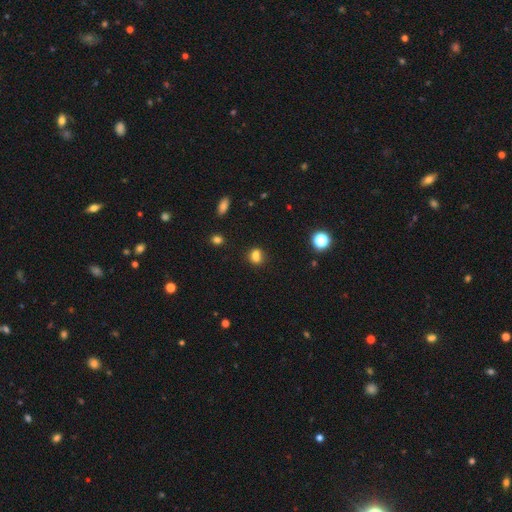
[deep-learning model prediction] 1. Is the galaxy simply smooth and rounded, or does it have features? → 75% smooth, 15% star or artifact, 11% featured or disk.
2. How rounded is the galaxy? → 53% round, 45% in between, 2% cigar-shaped.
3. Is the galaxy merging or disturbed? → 47% none, 36% merger, 13% minor disturbance, 4% major disturbance.